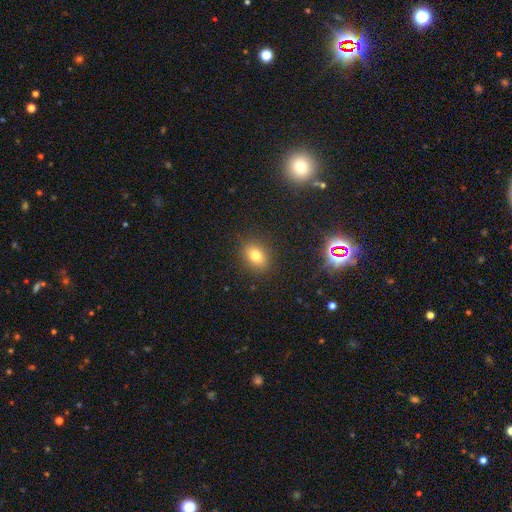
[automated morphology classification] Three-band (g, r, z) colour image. It shows a smooth galaxy with no disk features (78%) that is in between round and cigar-shaped (66%). Merging: none (87%).